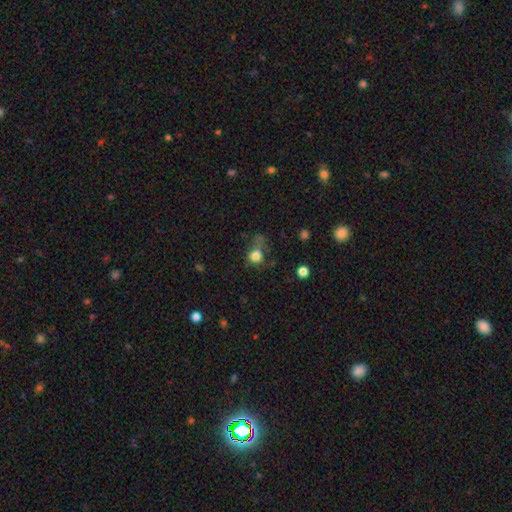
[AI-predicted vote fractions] Q: Smooth or featured?
A: smooth (79%); runner-up: star or artifact (13%)
Q: How rounded?
A: round (76%); runner-up: in between (23%)
Q: Merging?
A: none (41%); runner-up: major disturbance (27%)